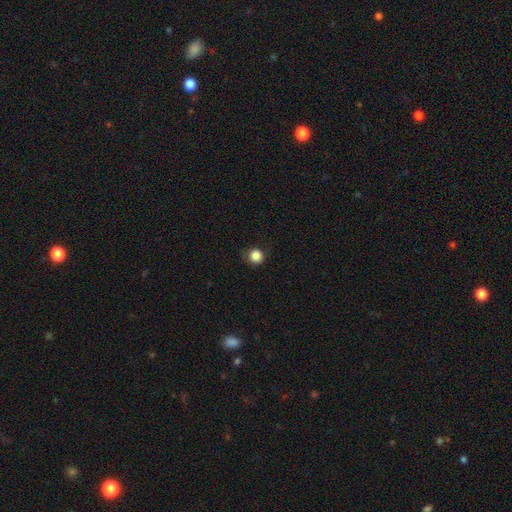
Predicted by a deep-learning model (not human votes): Overall: smooth (85%). How rounded: round (91%). Merging: none (80%).